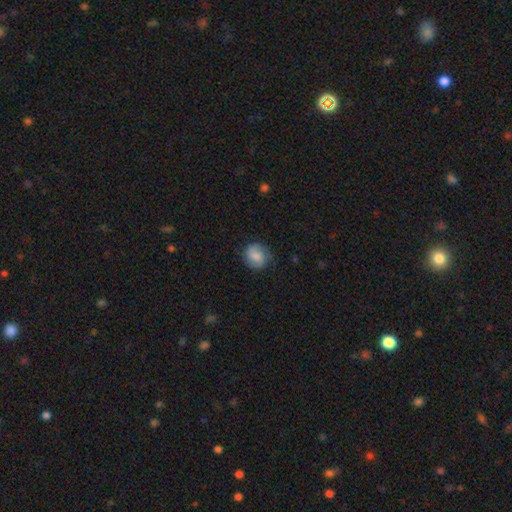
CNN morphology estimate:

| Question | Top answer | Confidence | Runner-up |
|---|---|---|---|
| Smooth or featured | smooth | 73% | featured or disk (20%) |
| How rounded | round | 81% | in between (18%) |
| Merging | none | 76% | minor disturbance (18%) |